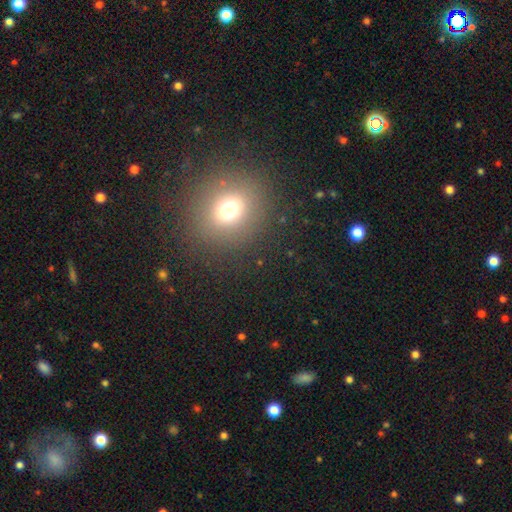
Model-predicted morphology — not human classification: Smooth or featured? Predicted: smooth (p=0.61). How rounded? Predicted: round (p=0.78). Merging? Predicted: none (p=0.91).